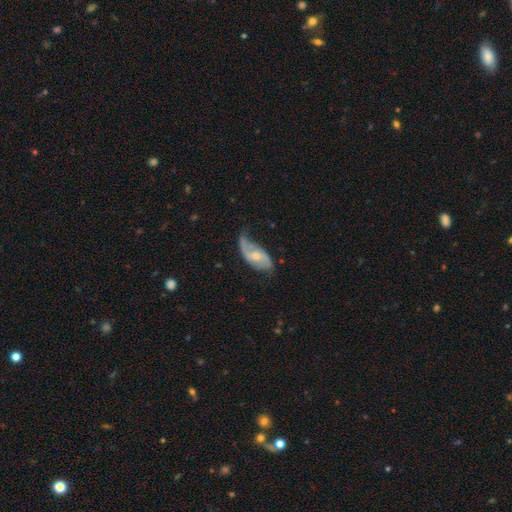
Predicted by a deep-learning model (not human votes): smooth_or_featured: featured or disk (p=0.72) [alt: smooth p=0.22]
disk_edge_on: no (p=0.94) [alt: yes p=0.06]
bar: no (p=0.52) [alt: weak p=0.37]
has_spiral_arms: yes (p=0.88) [alt: no p=0.12]
spiral_winding: loose (p=0.62) [alt: medium p=0.28]
spiral_arm_count: 2 (p=0.80) [alt: 1 p=0.09]
bulge_size: small (p=0.49) [alt: moderate p=0.46]
merging: none (p=0.46) [alt: minor disturbance p=0.34]